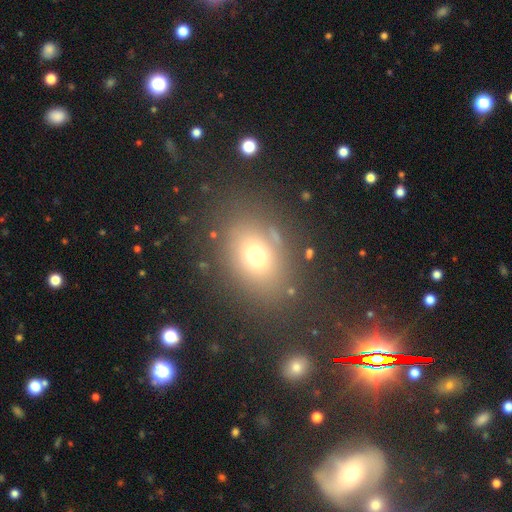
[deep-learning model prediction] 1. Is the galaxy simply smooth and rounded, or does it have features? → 69% smooth, 18% star or artifact, 14% featured or disk.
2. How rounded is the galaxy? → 61% in between, 37% round, 2% cigar-shaped.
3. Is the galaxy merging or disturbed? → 79% none, 11% minor disturbance, 6% major disturbance, 4% merger.